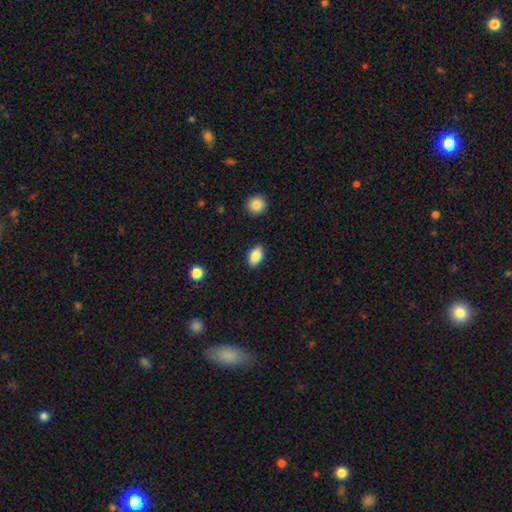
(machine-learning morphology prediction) Smooth or featured?
  - smooth: 86% *
  - star or artifact: 8%
  - featured or disk: 6%
How rounded?
  - in between: 90% *
  - round: 7%
  - cigar-shaped: 3%
Merging?
  - none: 87% *
  - minor disturbance: 9%
  - major disturbance: 2%
  - merger: 2%